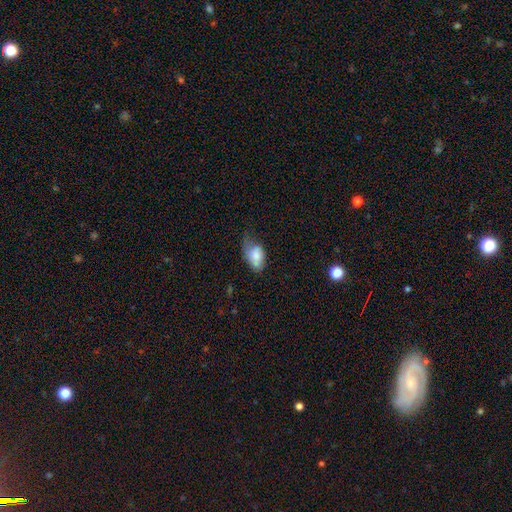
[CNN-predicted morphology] The model was most divided on "merging": minor disturbance: 40%, none: 32%, major disturbance: 26%, merger: 2%. More confident: how rounded — in between (91%); smooth or featured — smooth (76%).